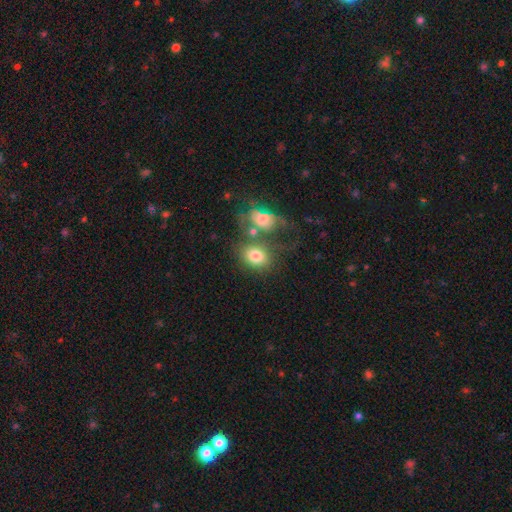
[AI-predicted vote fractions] The model was most divided on "merging": none: 41%, merger: 33%, minor disturbance: 14%, major disturbance: 12%. More confident: smooth or featured — smooth (75%); how rounded — in between (59%).